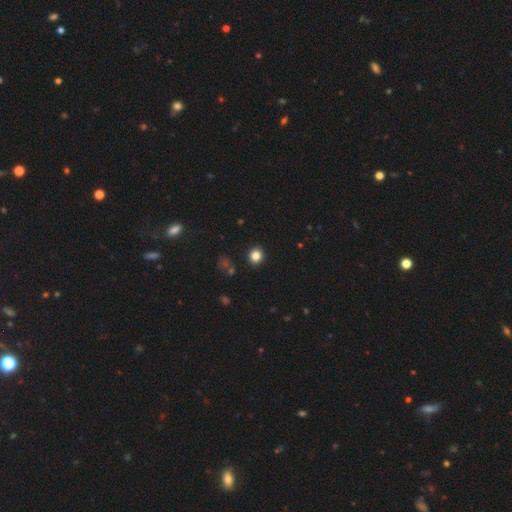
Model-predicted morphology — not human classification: type=smooth (83%); roundness=round (87%); merging=none (91%).